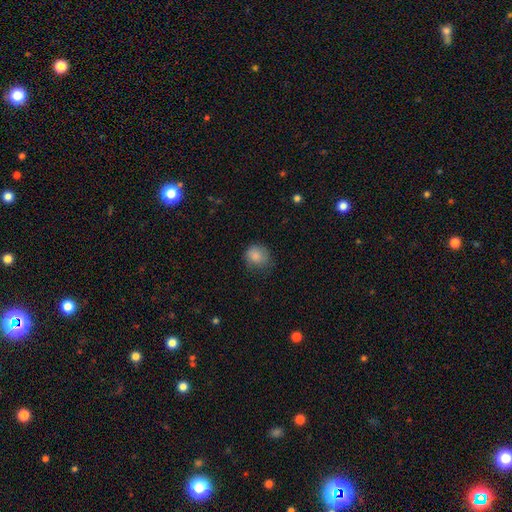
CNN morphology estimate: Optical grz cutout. It shows a smooth galaxy with no disk features (84%) that is round (78%). Merging: none (66%).